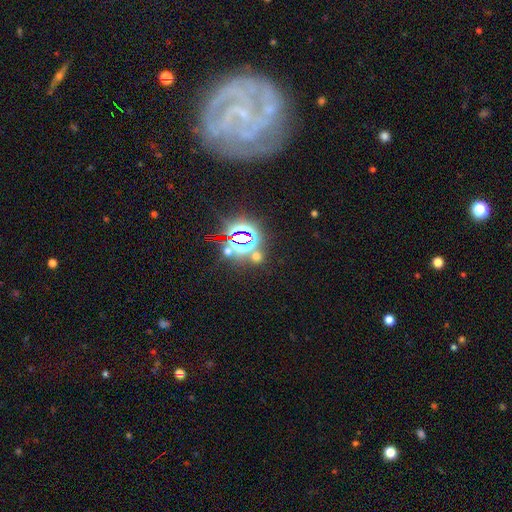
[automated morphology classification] Smooth or featured? star or artifact (60%)